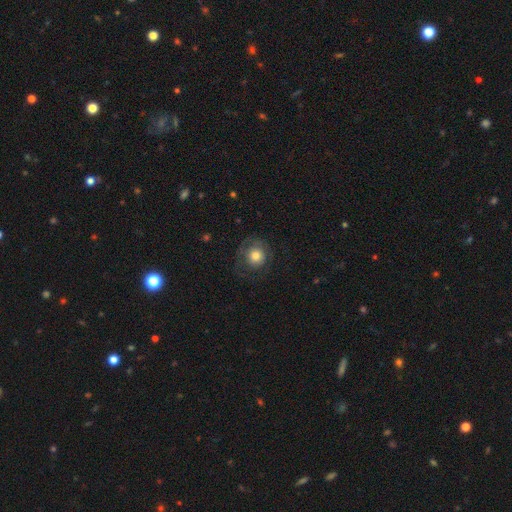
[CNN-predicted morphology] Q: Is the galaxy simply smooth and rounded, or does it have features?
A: smooth — 66%.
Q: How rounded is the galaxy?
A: round — 91%.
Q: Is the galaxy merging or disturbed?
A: none — 65%.